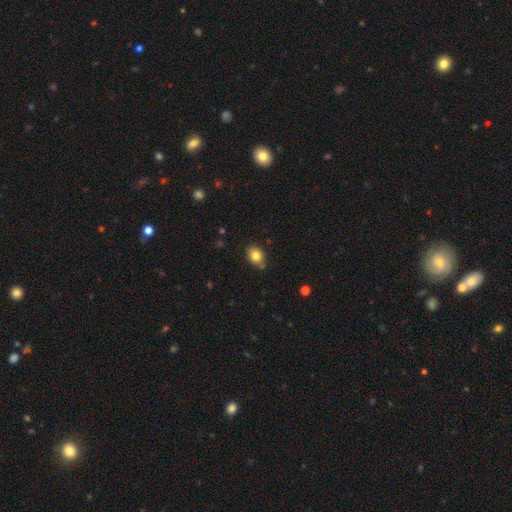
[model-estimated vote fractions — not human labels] Smooth or featured? Predicted: smooth (p=0.82). How rounded? Predicted: in between (p=0.52). Merging? Predicted: none (p=0.80).